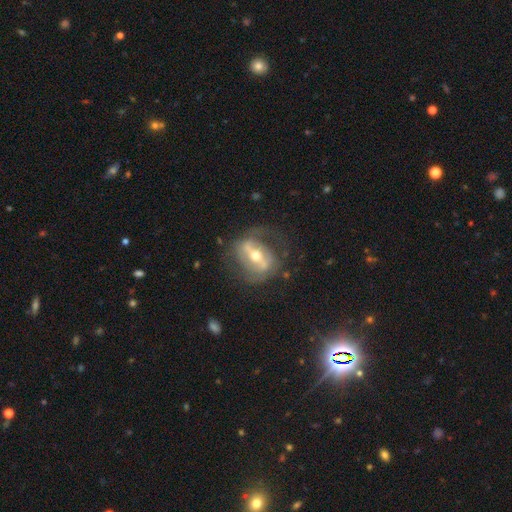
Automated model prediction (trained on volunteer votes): Smooth or featured?
  - featured or disk: 80% *
  - smooth: 13%
  - star or artifact: 7%
Edge-on disk?
  - no: 92% *
  - yes: 8%
Bar?
  - strong: 63% *
  - weak: 26%
  - no: 12%
Spiral arms?
  - yes: 75% *
  - no: 25%
Spiral winding?
  - medium: 43% *
  - loose: 32%
  - tight: 25%
Spiral arm count?
  - 2: 74% *
  - can't tell: 14%
  - 1: 7%
  - 3: 3%
  - 4: 1%
  - more than 4: 1%
Bulge size?
  - moderate: 63% *
  - small: 31%
  - large: 4%
  - dominant: 1%
  - none: 1%
Merging?
  - none: 61% *
  - minor disturbance: 19%
  - major disturbance: 18%
  - merger: 2%